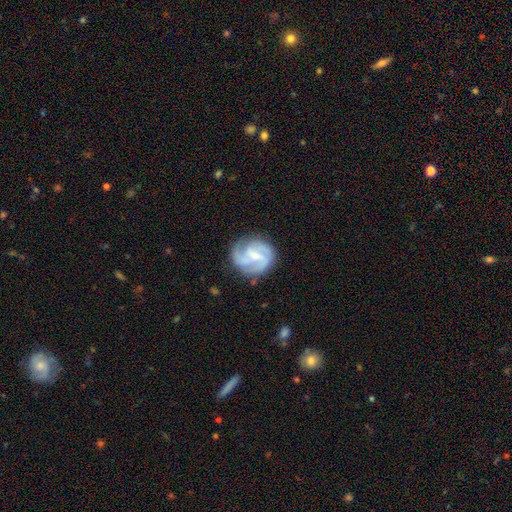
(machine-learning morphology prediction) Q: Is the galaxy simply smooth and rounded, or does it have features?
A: featured or disk — 82%.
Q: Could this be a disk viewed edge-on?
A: no — 98%.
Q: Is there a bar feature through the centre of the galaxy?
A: weak — 53%.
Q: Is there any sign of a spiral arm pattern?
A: yes — 95%.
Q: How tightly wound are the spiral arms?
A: medium — 48%.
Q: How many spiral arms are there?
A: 3 — 46%.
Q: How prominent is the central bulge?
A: small — 58%.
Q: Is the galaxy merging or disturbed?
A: none — 73%.